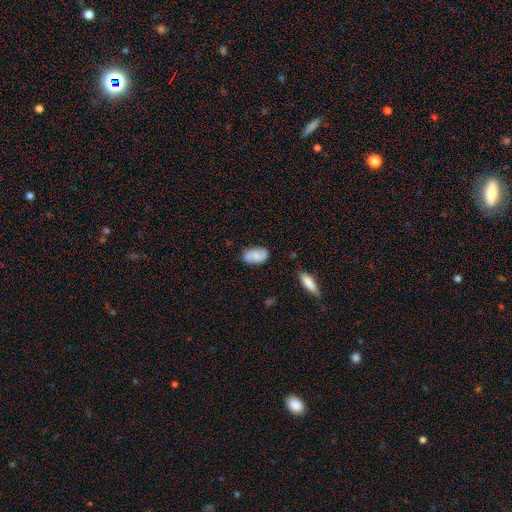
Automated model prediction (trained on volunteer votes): Morphology: type=smooth (59%); roundness=in between (92%); merging=none (80%).